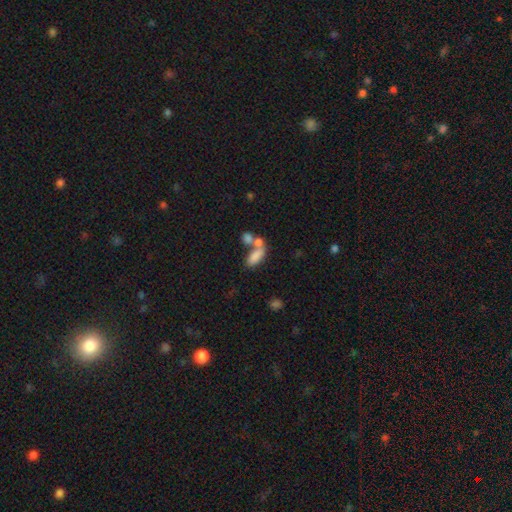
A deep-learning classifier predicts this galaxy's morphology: Overall: smooth (77%). How rounded: in between (82%). Merging: merger (53%; none 30%).